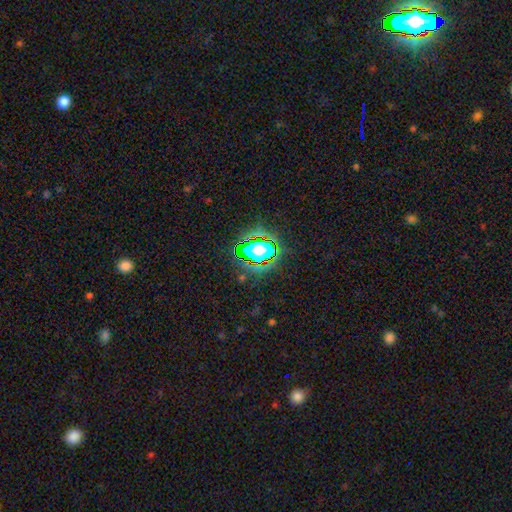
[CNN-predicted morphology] smooth-or-featured: star or artifact: 78% | smooth: 15% | featured or disk: 8%